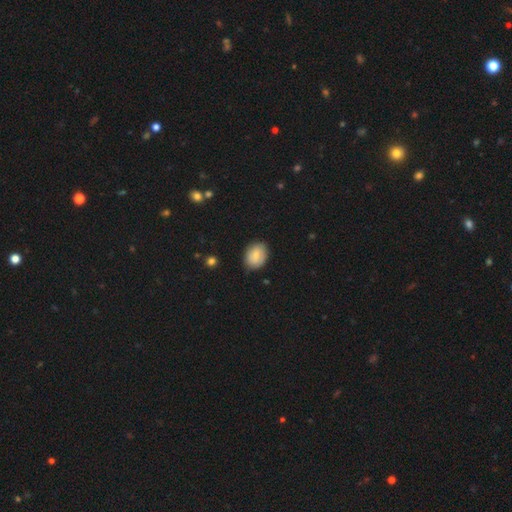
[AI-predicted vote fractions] Smooth or featured? Predicted: smooth (p=0.78). How rounded? Predicted: in between (p=0.68). Merging? Predicted: none (p=0.82).